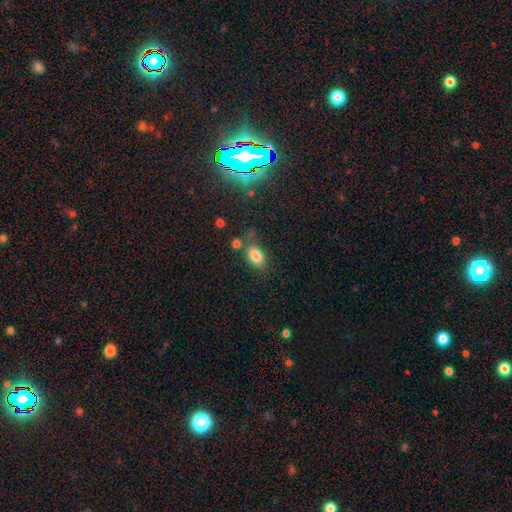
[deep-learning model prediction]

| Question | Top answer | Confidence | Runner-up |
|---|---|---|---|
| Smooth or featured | smooth | 83% | star or artifact (10%) |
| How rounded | in between | 81% | round (17%) |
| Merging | none | 63% | minor disturbance (18%) |